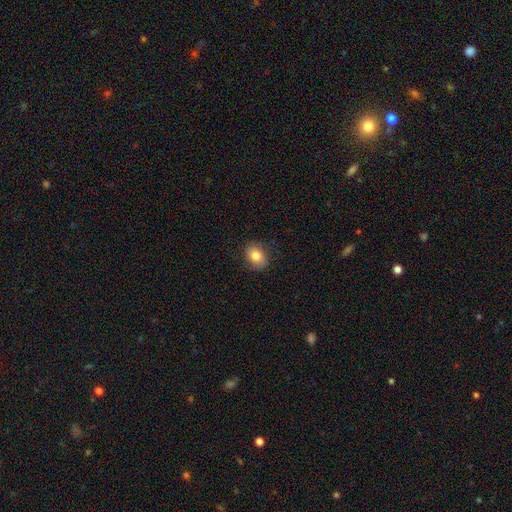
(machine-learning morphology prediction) This appears to be a smooth galaxy with no disk features (79%) that is in between round and cigar-shaped (54%). Merging: none (83%).